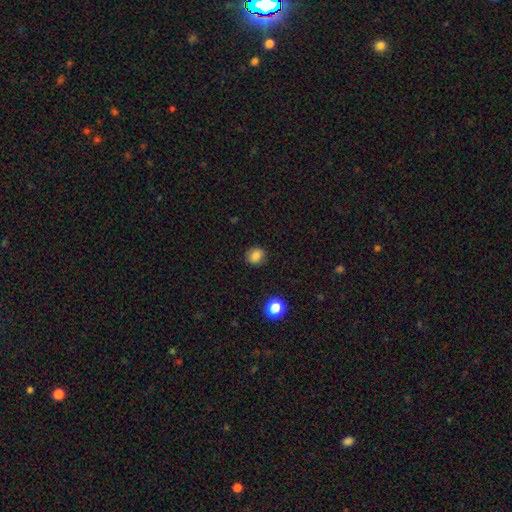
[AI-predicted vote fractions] Smooth or featured? smooth (84%)
How rounded? round (81%)
Merging? none (89%)